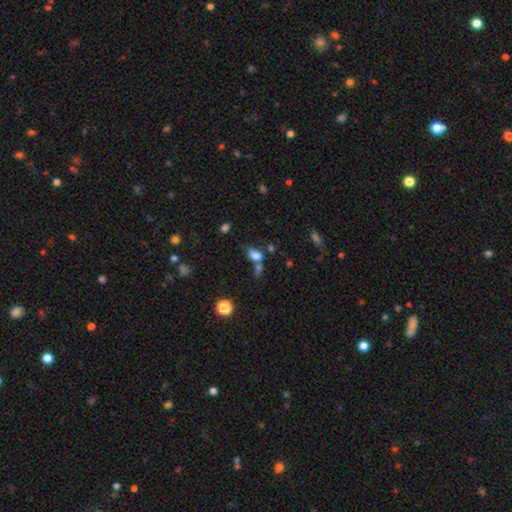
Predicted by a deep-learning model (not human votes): Smooth or featured?
  - smooth: 78% *
  - star or artifact: 13%
  - featured or disk: 8%
How rounded?
  - in between: 84% *
  - round: 12%
  - cigar-shaped: 4%
Merging?
  - none: 38% *
  - merger: 37%
  - minor disturbance: 15%
  - major disturbance: 9%